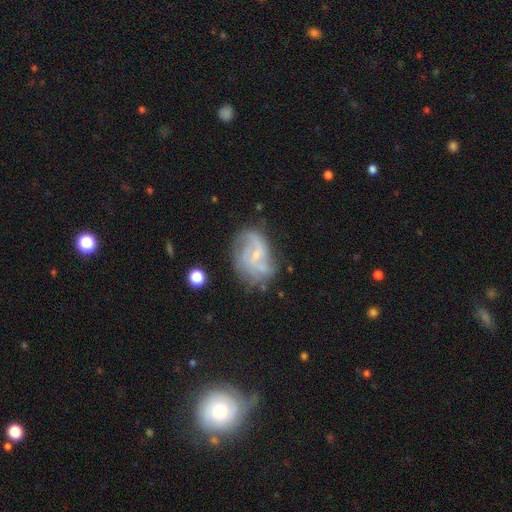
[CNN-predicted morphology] A featured or disk galaxy (77%) with no bar (51%), 2 (46%) medium (44%) spiral arms (88%) and a small central bulge (74%).

Vote fractions:
- Smooth or featured? featured or disk: 77% / smooth: 15% / star or artifact: 8%
- Edge-on disk? no: 97% / yes: 3%
- Bar? no: 51% / weak: 41% / strong: 8%
- Spiral arms? yes: 88% / no: 12%
- Spiral winding? medium: 44% / loose: 32% / tight: 24%
- Spiral arm count? 2: 46% / can't tell: 26% / 3: 14% / 1: 6% / 4: 4% / more than 4: 4%
- Bulge size? small: 74% / moderate: 17% / none: 7% / large: 1% / dominant: 1%
- Merging? none: 57% / minor disturbance: 24% / major disturbance: 14% / merger: 5%